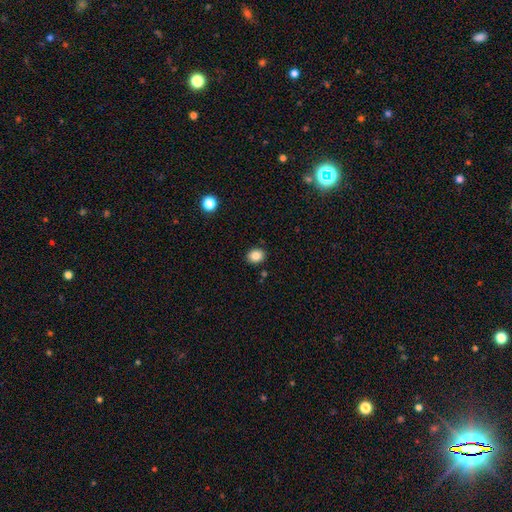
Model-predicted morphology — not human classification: A smooth galaxy with no disk features (85%) that is round (62%). Merging: none (88%).